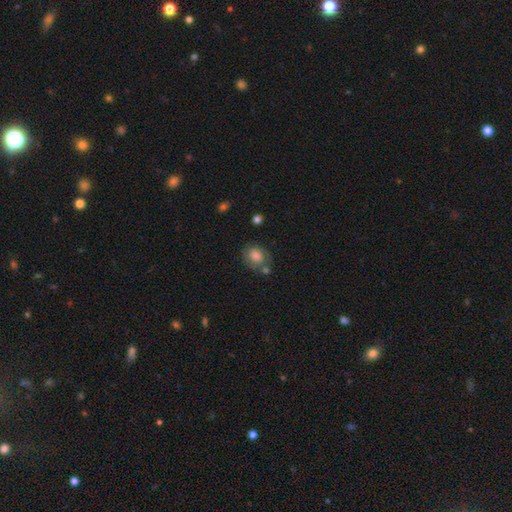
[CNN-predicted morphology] type=smooth (75%); roundness=round (56%); merging=none (59%).